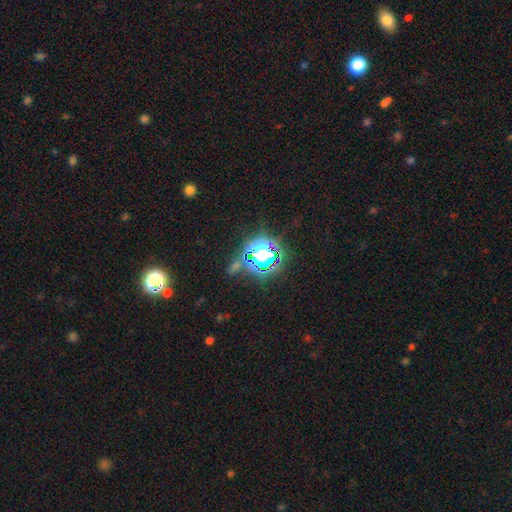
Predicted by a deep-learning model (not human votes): The model was most divided on "smooth or featured": star or artifact: 81%, smooth: 12%, featured or disk: 6%.